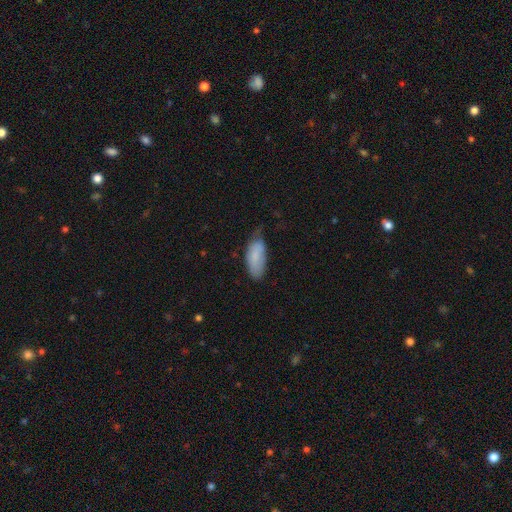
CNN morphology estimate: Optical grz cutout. It shows a smooth galaxy with no disk features (82%) that is in between round and cigar-shaped (86%). Merging: minor disturbance (44%).